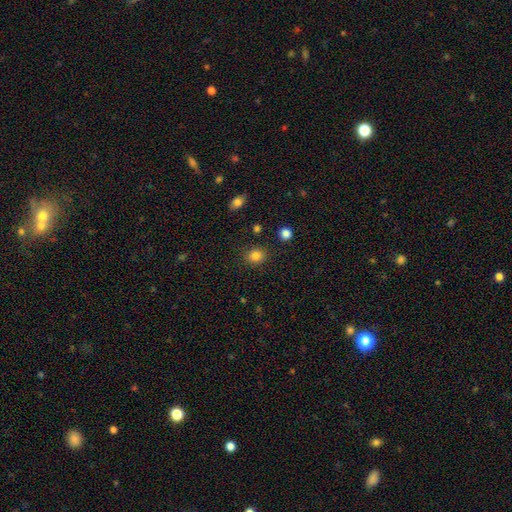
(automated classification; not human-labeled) smooth 84%, star or artifact 11%, featured or disk 5%. Down the decision tree: how rounded — round (70%); merging — none (87%).